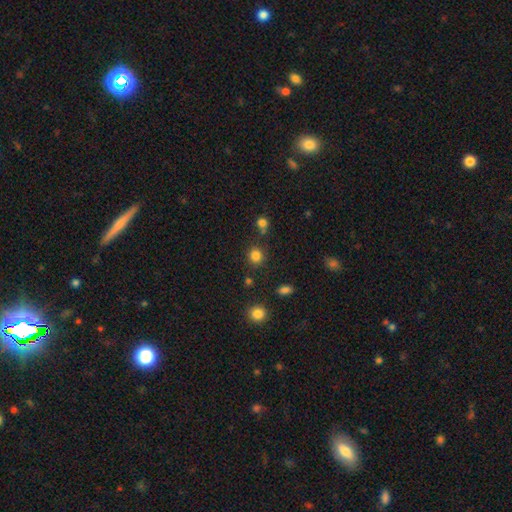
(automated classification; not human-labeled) smooth_or_featured: smooth (p=0.82) [alt: star or artifact p=0.13]
how_rounded: round (p=0.89) [alt: in between p=0.10]
merging: none (p=0.81) [alt: minor disturbance p=0.09]